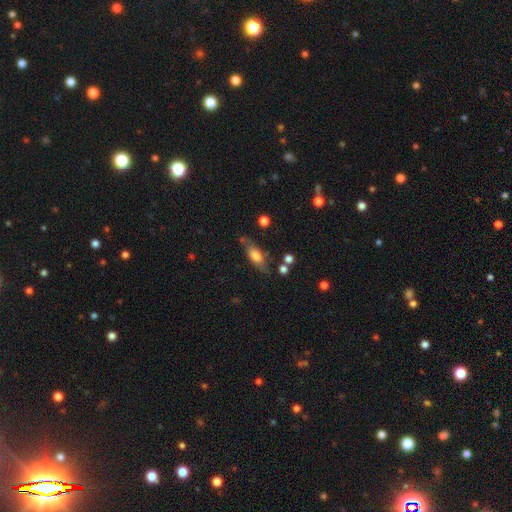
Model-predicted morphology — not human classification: smooth_or_featured: smooth (p=0.58) [alt: featured or disk p=0.34]
how_rounded: in between (p=0.69) [alt: cigar-shaped p=0.26]
merging: none (p=0.66) [alt: minor disturbance p=0.21]